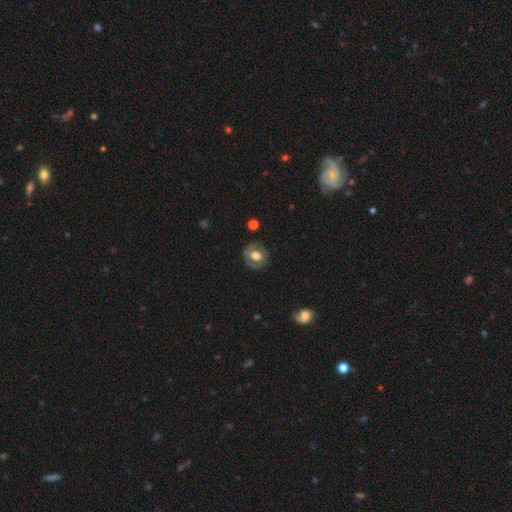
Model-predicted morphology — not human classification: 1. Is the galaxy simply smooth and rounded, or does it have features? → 60% smooth, 32% featured or disk, 8% star or artifact.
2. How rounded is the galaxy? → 72% round, 27% in between, 1% cigar-shaped.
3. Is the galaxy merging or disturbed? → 81% none, 13% minor disturbance, 4% major disturbance, 1% merger.